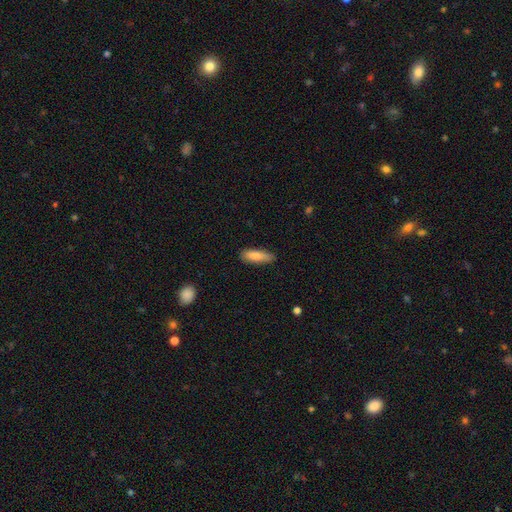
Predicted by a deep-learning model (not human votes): Smooth or featured?
  - smooth: 83% *
  - featured or disk: 11%
  - star or artifact: 6%
How rounded?
  - cigar-shaped: 49% * (tied)
  - in between: 49% * (tied)
  - round: 2%
Merging?
  - none: 81% *
  - minor disturbance: 15%
  - major disturbance: 2%
  - merger: 1%